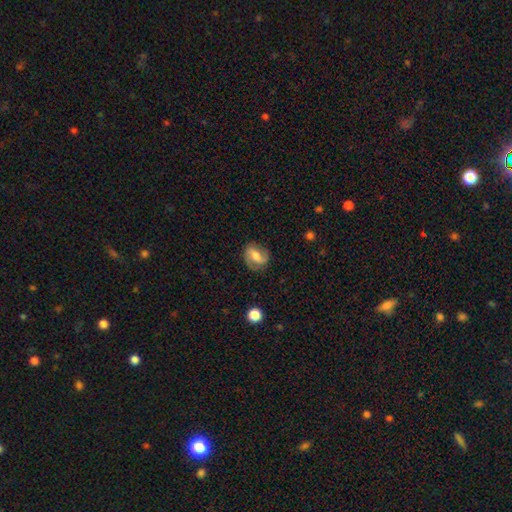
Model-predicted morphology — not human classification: A featured or disk galaxy (56%) with a weak bar (40%), spiral arms (82%) and a moderate central bulge (61%). Merging: none (71%).